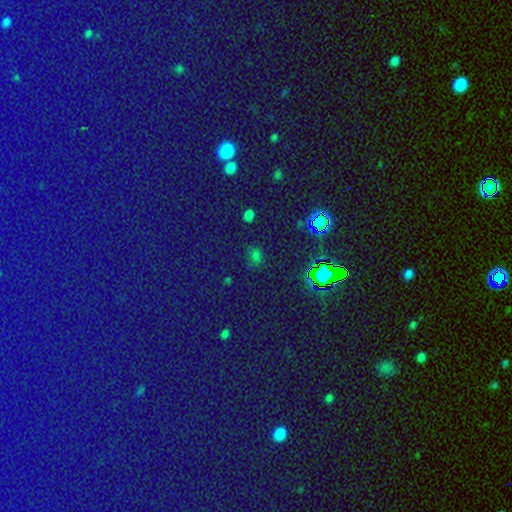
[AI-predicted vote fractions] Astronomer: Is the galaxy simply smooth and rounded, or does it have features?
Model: star or artifact — 62%.